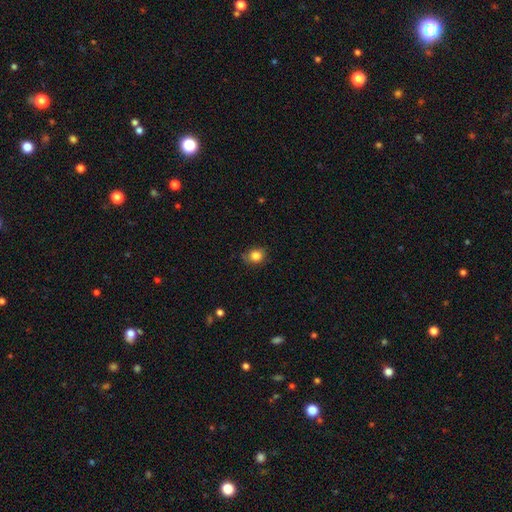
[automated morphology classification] A smooth galaxy with no disk features (83%) that is round (70%).

Vote fractions:
- Smooth or featured? smooth: 83% / star or artifact: 10% / featured or disk: 6%
- How rounded? round: 70% / in between: 29% / cigar-shaped: 1%
- Merging? none: 71% / minor disturbance: 23% / major disturbance: 5% / merger: 1%